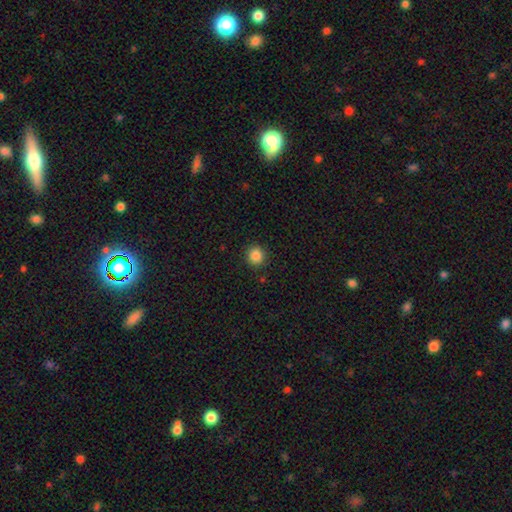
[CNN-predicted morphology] Smooth or featured?
  - smooth: 86% *
  - star or artifact: 10%
  - featured or disk: 4%
How rounded?
  - round: 91% *
  - in between: 8%
  - cigar-shaped: 1%
Merging?
  - none: 91% *
  - minor disturbance: 6%
  - major disturbance: 2%
  - merger: 1%